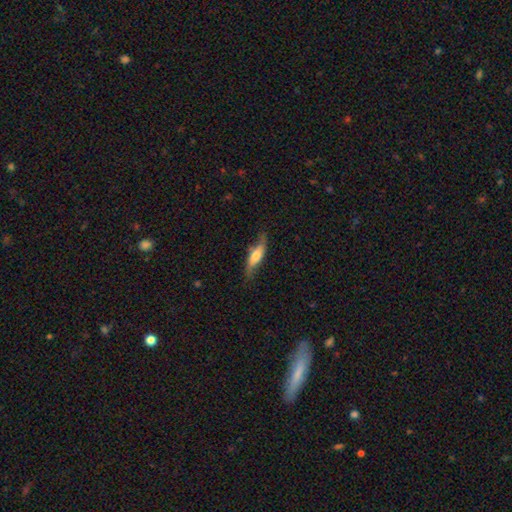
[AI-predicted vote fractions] A smooth galaxy with no disk features (47%).

Vote fractions:
- Smooth or featured? smooth: 47% / featured or disk: 46% / star or artifact: 6%
- Merging? none: 68% / minor disturbance: 24% / major disturbance: 7% / merger: 2%